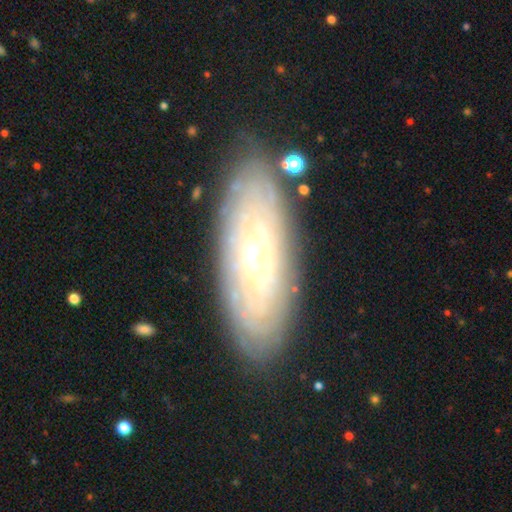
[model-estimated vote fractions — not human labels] smooth_or_featured: featured or disk (p=0.73) [alt: smooth p=0.20]
disk_edge_on: no (p=0.81) [alt: yes p=0.19]
bar: no (p=0.59) [alt: weak p=0.31]
has_spiral_arms: yes (p=0.78) [alt: no p=0.22]
bulge_size: moderate (p=0.62) [alt: small p=0.23]
merging: none (p=0.82) [alt: minor disturbance p=0.12]